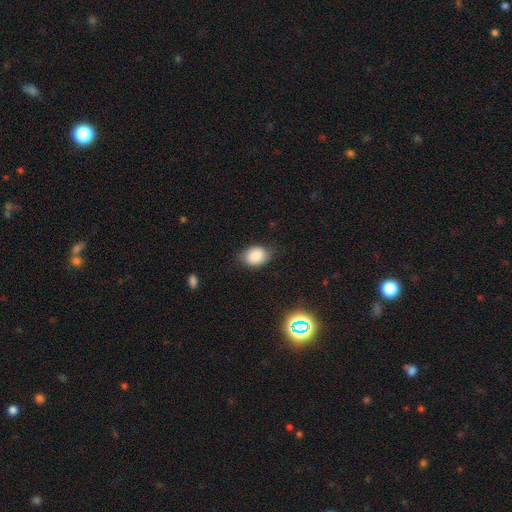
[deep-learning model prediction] This appears to be a smooth galaxy with no disk features (83%) that is in between round and cigar-shaped (69%). Merging: none (75%).